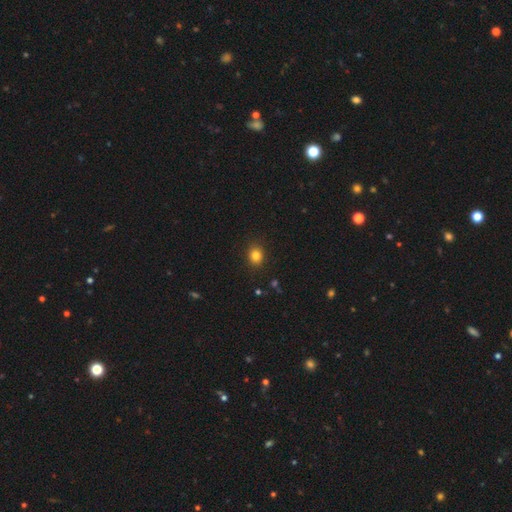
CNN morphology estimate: smooth 82%, star or artifact 12%, featured or disk 5%. Down the decision tree: how rounded — round (62%); merging — none (89%).